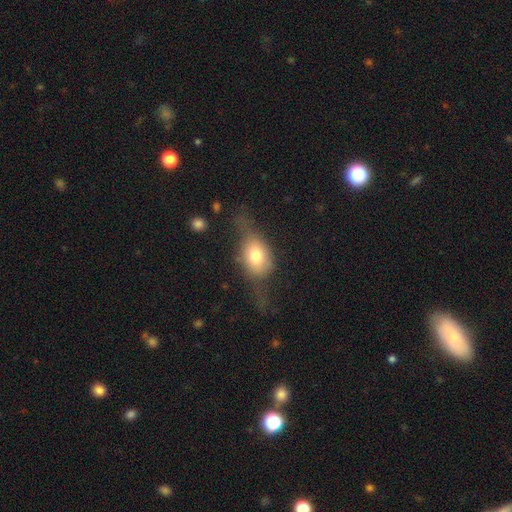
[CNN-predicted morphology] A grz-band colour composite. It shows a smooth galaxy with no disk features (62%) that is in between round and cigar-shaped (68%). Merging: none (36%).